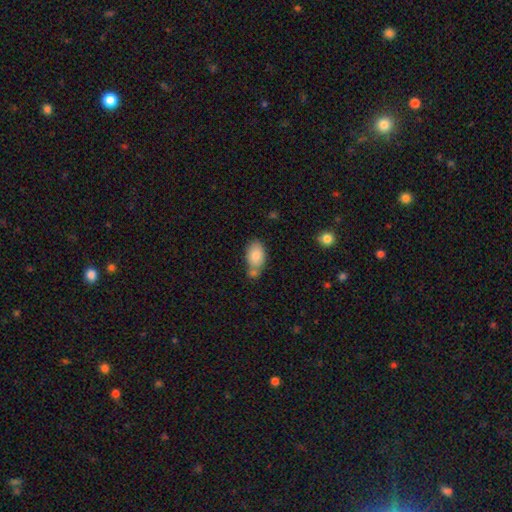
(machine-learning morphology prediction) smooth 82%, featured or disk 11%, star or artifact 7%. Down the decision tree: how rounded — in between (89%); merging — none (48%).